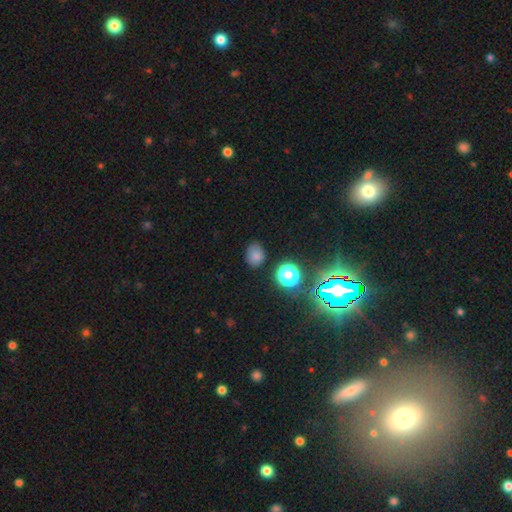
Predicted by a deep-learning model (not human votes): smooth-or-featured: smooth: 73% | star or artifact: 20% | featured or disk: 7%
  how-rounded: in between: 53% | round: 46% | cigar-shaped: 1%
  merging: none: 72% | minor disturbance: 19% | major disturbance: 5% | merger: 3%